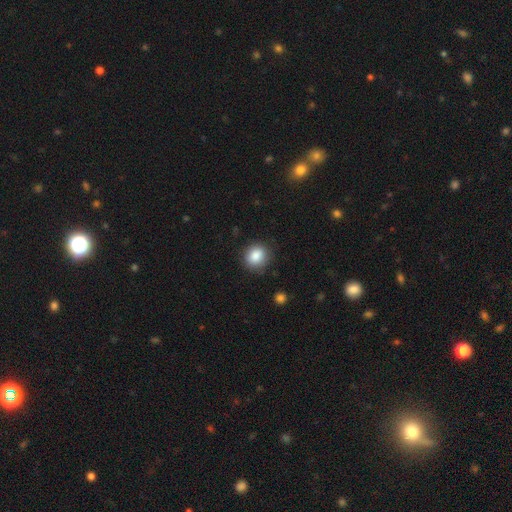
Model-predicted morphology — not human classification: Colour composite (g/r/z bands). It shows a smooth galaxy with no disk features (86%) that is round (78%). Merging: none (86%).